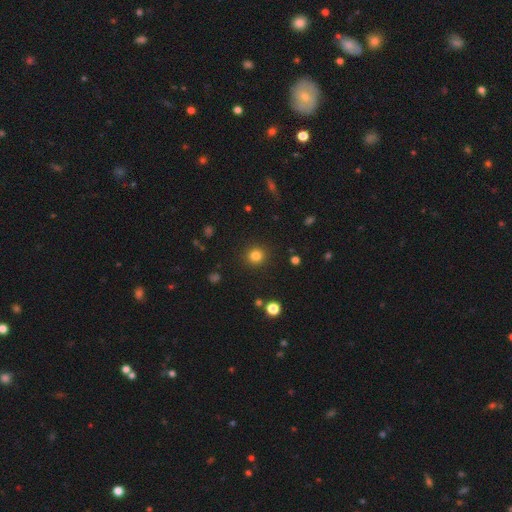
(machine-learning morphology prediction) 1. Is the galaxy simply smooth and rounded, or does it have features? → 82% smooth, 13% star or artifact, 5% featured or disk.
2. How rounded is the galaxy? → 91% round, 8% in between, 1% cigar-shaped.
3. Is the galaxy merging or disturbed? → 91% none, 6% minor disturbance, 2% major disturbance, 1% merger.